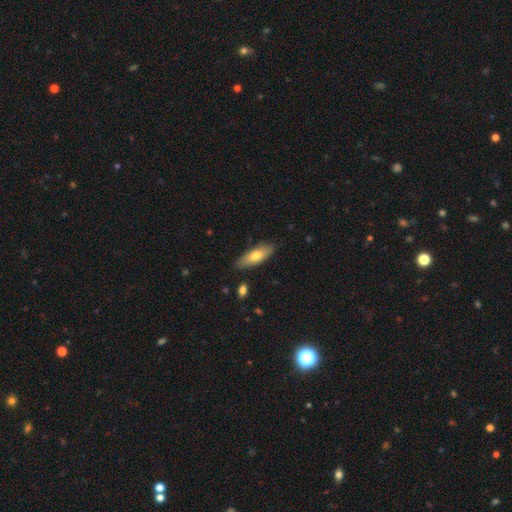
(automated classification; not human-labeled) Smooth or featured?
  - smooth: 72% *
  - featured or disk: 22%
  - star or artifact: 6%
How rounded?
  - in between: 65% *
  - cigar-shaped: 33%
  - round: 2%
Merging?
  - none: 84% *
  - minor disturbance: 12%
  - major disturbance: 2%
  - merger: 2%